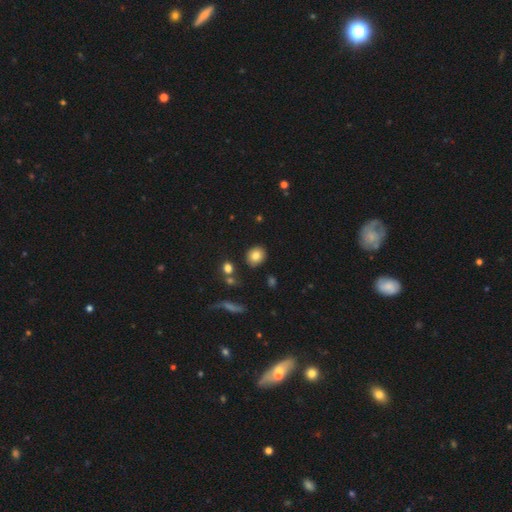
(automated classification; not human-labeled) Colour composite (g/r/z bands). It shows a smooth galaxy with no disk features (80%) that is round (76%). Merging: none (86%).